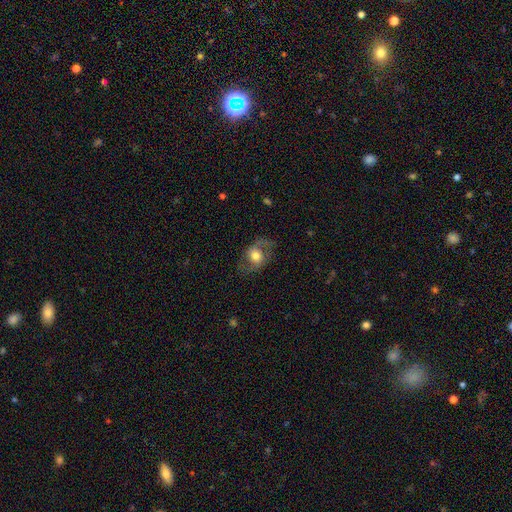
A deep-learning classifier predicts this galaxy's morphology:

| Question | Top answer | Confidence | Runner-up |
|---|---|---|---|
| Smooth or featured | featured or disk | 51% | smooth (41%) |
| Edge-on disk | no | 92% | yes (8%) |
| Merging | none | 70% | minor disturbance (17%) |